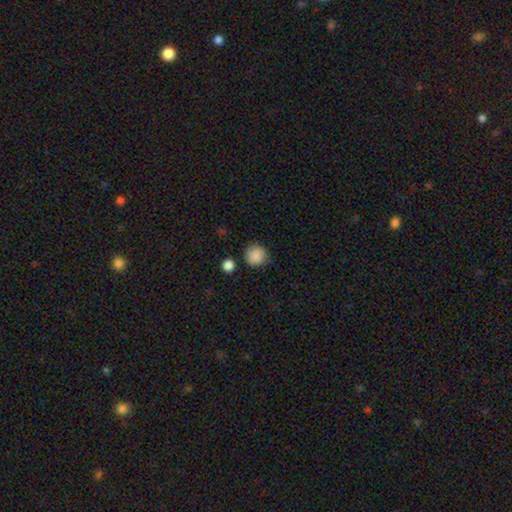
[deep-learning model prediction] smooth-or-featured: smooth: 87% | star or artifact: 9% | featured or disk: 5%
  how-rounded: round: 93% | in between: 6% | cigar-shaped: 1%
  merging: none: 82% | minor disturbance: 12% | merger: 3% | major disturbance: 3%